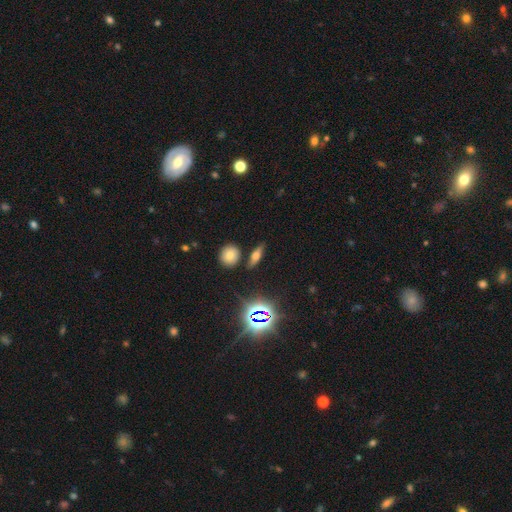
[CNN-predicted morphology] This is possibly a smooth galaxy (47%). Merging: likely none (80%).